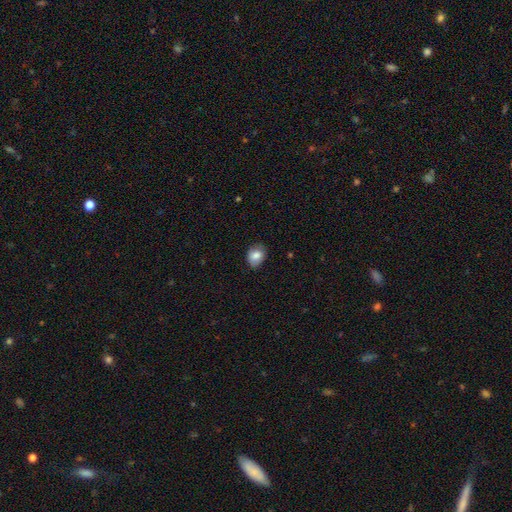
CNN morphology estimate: Smooth or featured?
  - smooth: 83% *
  - featured or disk: 10%
  - star or artifact: 8%
How rounded?
  - in between: 64% *
  - round: 35%
  - cigar-shaped: 1%
Merging?
  - none: 76% *
  - minor disturbance: 19%
  - major disturbance: 4%
  - merger: 1%